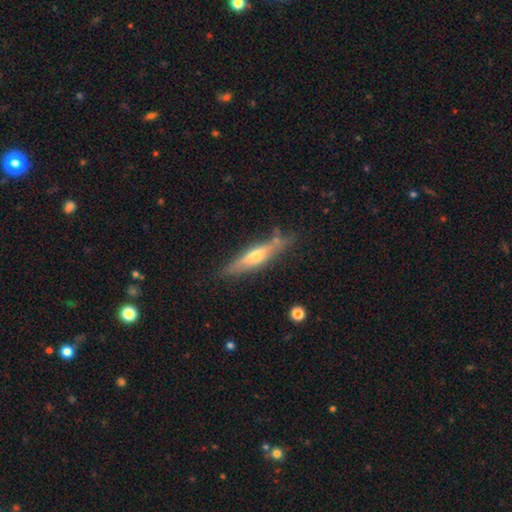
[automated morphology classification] Overall: featured or disk (62%; smooth 31%). Edge-on disk: yes (93%). Edge-on bulge: rounded (81%). Merging: none (79%).